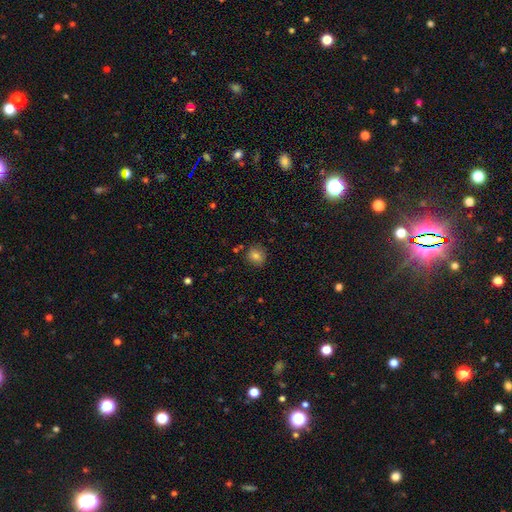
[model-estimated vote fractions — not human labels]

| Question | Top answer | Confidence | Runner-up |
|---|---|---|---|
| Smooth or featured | smooth | 79% | star or artifact (12%) |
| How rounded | round | 84% | in between (15%) |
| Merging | none | 84% | minor disturbance (10%) |